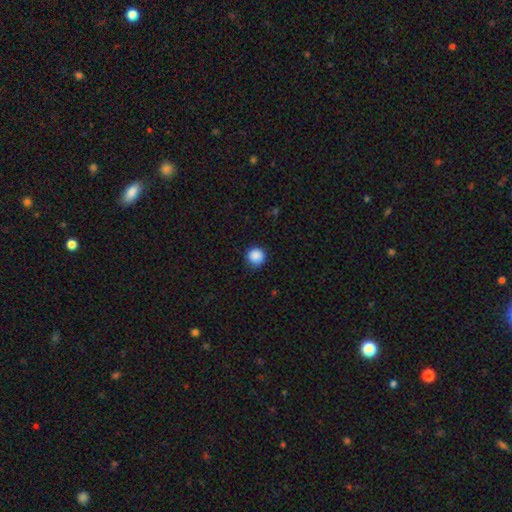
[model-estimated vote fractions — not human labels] This appears to be a smooth galaxy with no disk features (88%) that is round (94%). Merging: none (83%).